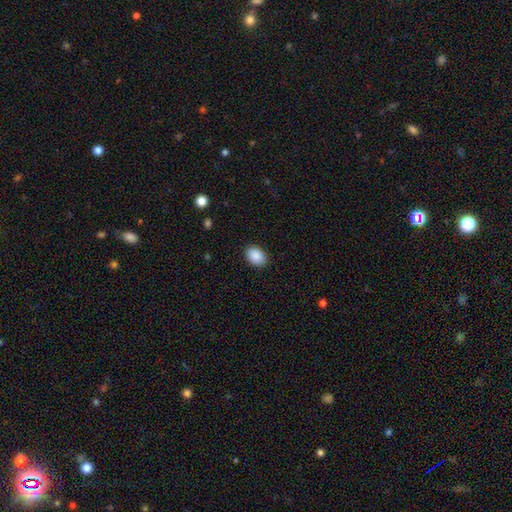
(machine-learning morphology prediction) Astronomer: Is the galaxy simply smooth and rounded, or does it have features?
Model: smooth — 90%.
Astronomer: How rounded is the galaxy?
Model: in between — 78%.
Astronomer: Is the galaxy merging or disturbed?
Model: none — 88%.